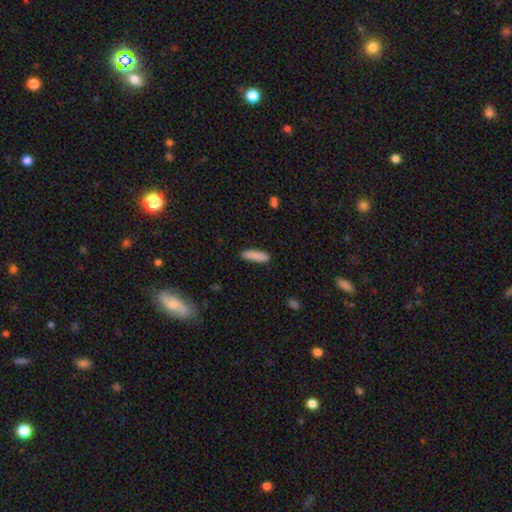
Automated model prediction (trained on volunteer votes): Smooth or featured?
  - smooth: 88% *
  - star or artifact: 6%
  - featured or disk: 6%
How rounded?
  - cigar-shaped: 67% *
  - in between: 32%
  - round: 1%
Merging?
  - none: 87% *
  - minor disturbance: 9%
  - major disturbance: 2%
  - merger: 1%